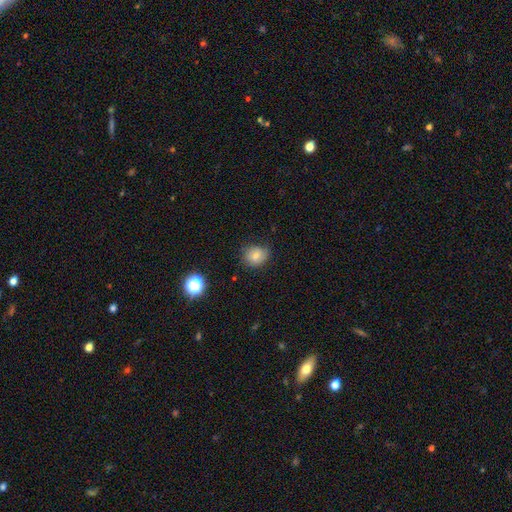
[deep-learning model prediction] Morphology: type=smooth (75%); roundness=round (70%); merging=none (75%).